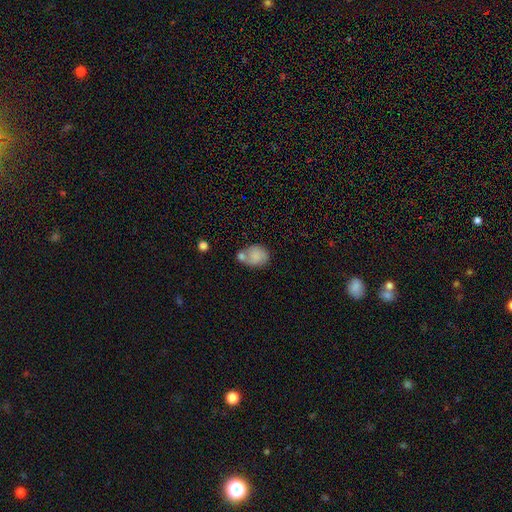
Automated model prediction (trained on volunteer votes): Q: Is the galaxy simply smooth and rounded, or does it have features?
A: smooth — 77%.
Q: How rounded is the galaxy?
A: in between — 56%.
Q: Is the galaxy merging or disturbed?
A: merger — 41%.